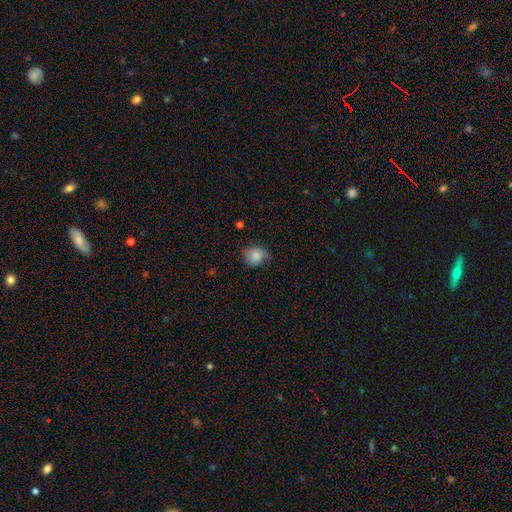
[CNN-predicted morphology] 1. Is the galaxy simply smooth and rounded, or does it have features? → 82% smooth, 9% featured or disk, 9% star or artifact.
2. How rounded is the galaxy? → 66% round, 33% in between, 1% cigar-shaped.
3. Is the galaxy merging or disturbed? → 61% none, 30% minor disturbance, 8% major disturbance, 1% merger.